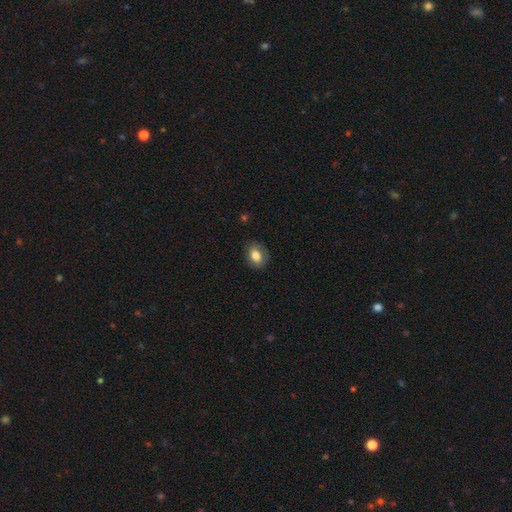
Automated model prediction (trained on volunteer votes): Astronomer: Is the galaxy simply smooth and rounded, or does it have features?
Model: smooth — 82%.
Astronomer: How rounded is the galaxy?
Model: in between — 75%.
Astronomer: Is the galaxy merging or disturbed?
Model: none — 83%.